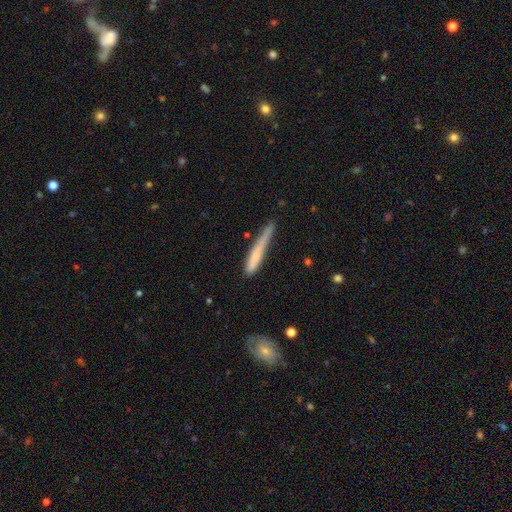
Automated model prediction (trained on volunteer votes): Smooth or featured? Predicted: smooth (p=0.65). How rounded? Predicted: cigar-shaped (p=0.94). Merging? Predicted: none (p=0.50).